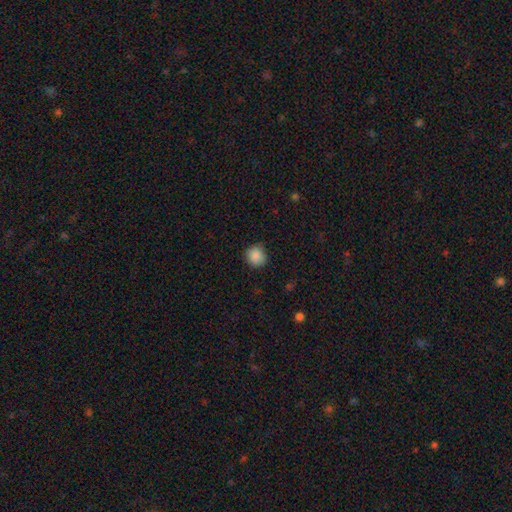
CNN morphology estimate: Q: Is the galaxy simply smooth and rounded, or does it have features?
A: smooth — 87%.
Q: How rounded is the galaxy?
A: round — 89%.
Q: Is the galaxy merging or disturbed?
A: none — 81%.